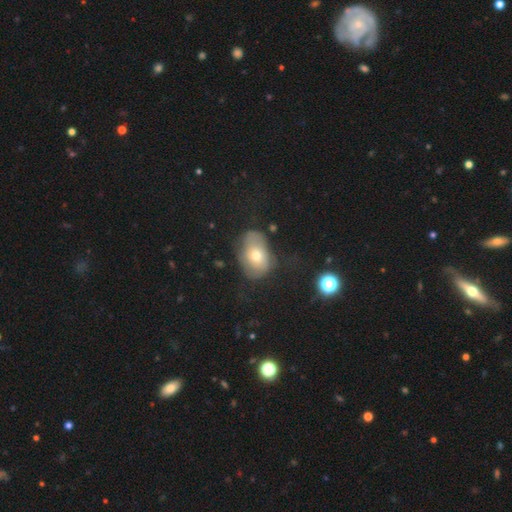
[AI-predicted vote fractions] Q: Smooth or featured?
A: smooth (57%); runner-up: featured or disk (30%)
Q: How rounded?
A: in between (72%); runner-up: round (27%)
Q: Merging?
A: none (50%); runner-up: minor disturbance (27%)